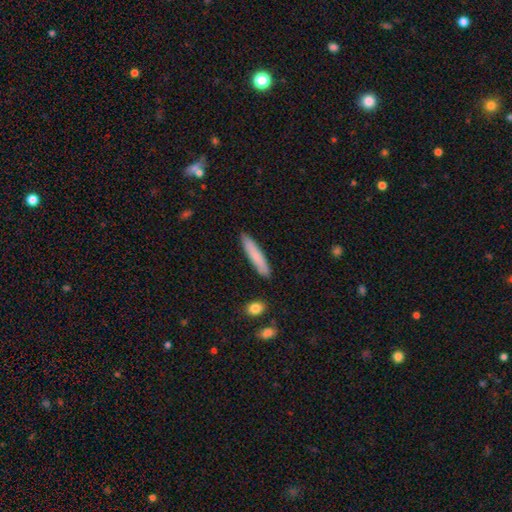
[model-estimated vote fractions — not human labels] Q: Smooth or featured?
A: smooth (79%); runner-up: featured or disk (15%)
Q: How rounded?
A: cigar-shaped (91%); runner-up: in between (8%)
Q: Merging?
A: none (90%); runner-up: minor disturbance (8%)